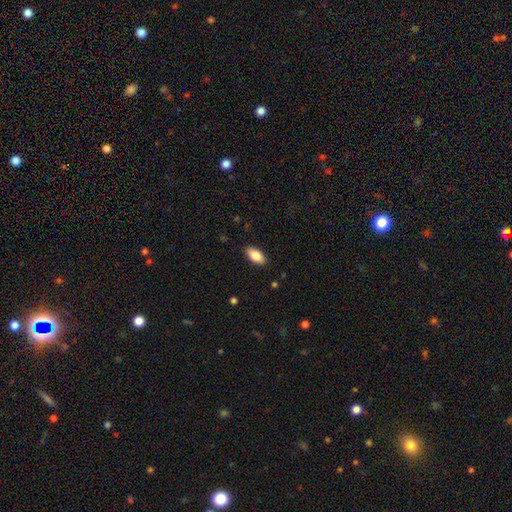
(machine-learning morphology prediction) A smooth galaxy with no disk features (84%) that is in between round and cigar-shaped (92%).

Vote fractions:
- Smooth or featured? smooth: 84% / featured or disk: 10% / star or artifact: 6%
- How rounded? in between: 92% / cigar-shaped: 5% / round: 3%
- Merging? none: 89% / minor disturbance: 8% / major disturbance: 2% / merger: 1%